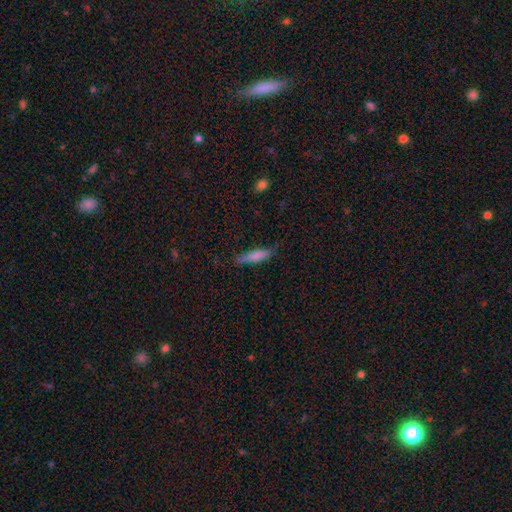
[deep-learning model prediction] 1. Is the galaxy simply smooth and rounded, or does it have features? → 77% smooth, 17% featured or disk, 7% star or artifact.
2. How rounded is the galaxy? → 73% cigar-shaped, 25% in between, 2% round.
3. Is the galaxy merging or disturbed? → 78% none, 17% minor disturbance, 3% major disturbance, 1% merger.